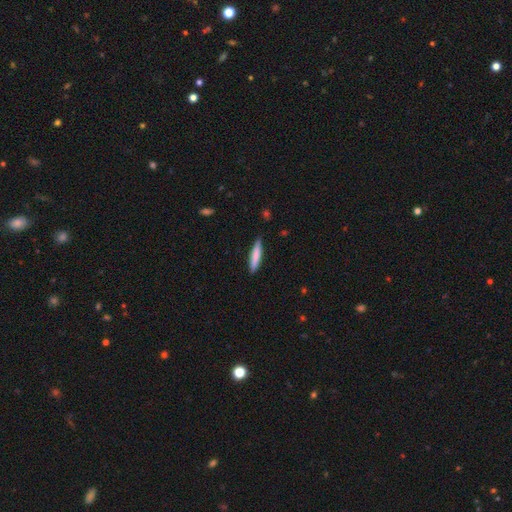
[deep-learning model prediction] Morphology: type=smooth (78%); roundness=cigar-shaped (89%); merging=none (87%).